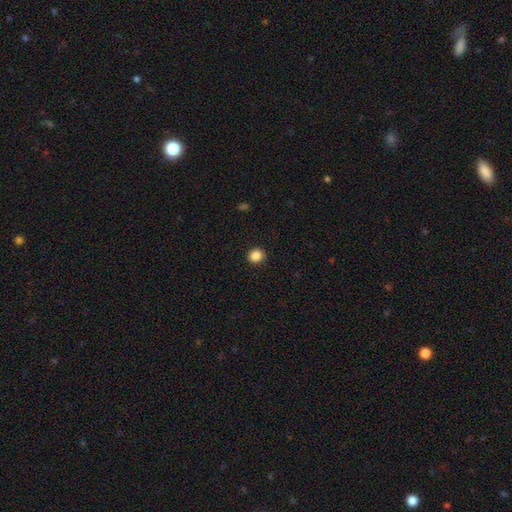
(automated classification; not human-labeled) A smooth galaxy with no disk features (86%) that is round (89%).

Vote fractions:
- Smooth or featured? smooth: 86% / star or artifact: 10% / featured or disk: 3%
- How rounded? round: 89% / in between: 10% / cigar-shaped: 1%
- Merging? none: 92% / minor disturbance: 5% / major disturbance: 2% / merger: 1%